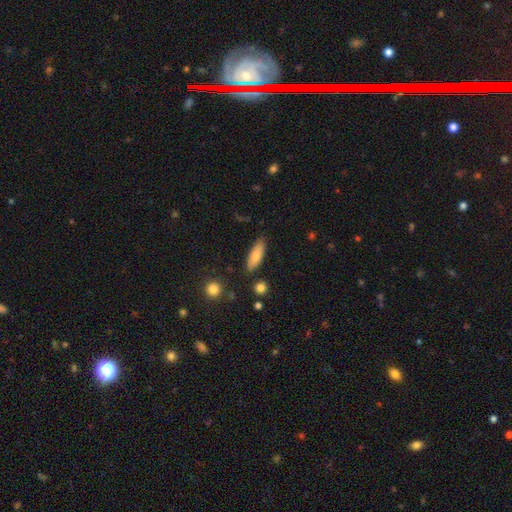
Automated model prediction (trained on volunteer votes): The model was most divided on "how rounded": in between: 58%, cigar-shaped: 40%, round: 2%. More confident: merging — none (83%); smooth or featured — smooth (80%).